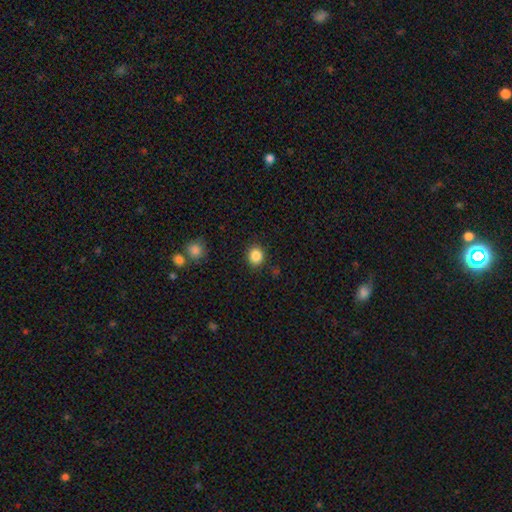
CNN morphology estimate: Q: Smooth or featured?
A: smooth (86%); runner-up: star or artifact (10%)
Q: How rounded?
A: round (79%); runner-up: in between (20%)
Q: Merging?
A: none (88%); runner-up: minor disturbance (7%)